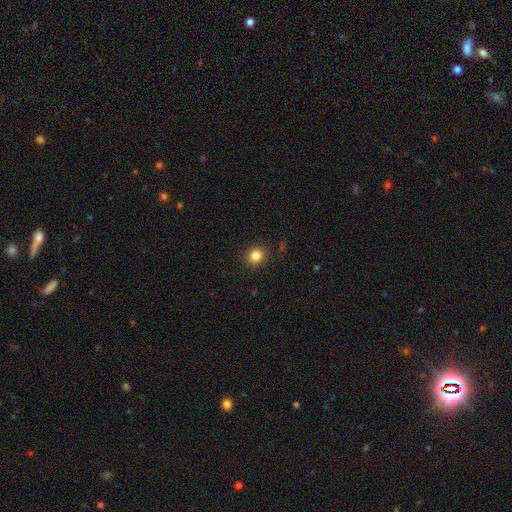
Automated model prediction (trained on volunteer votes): Smooth or featured? smooth (83%)
How rounded? round (89%)
Merging? none (91%)